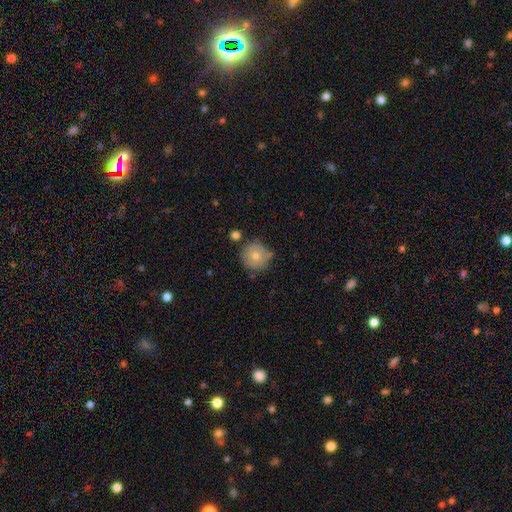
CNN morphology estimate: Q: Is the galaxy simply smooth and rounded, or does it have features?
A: smooth — 72%.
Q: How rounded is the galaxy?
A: round — 94%.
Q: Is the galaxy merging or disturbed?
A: none — 71%.